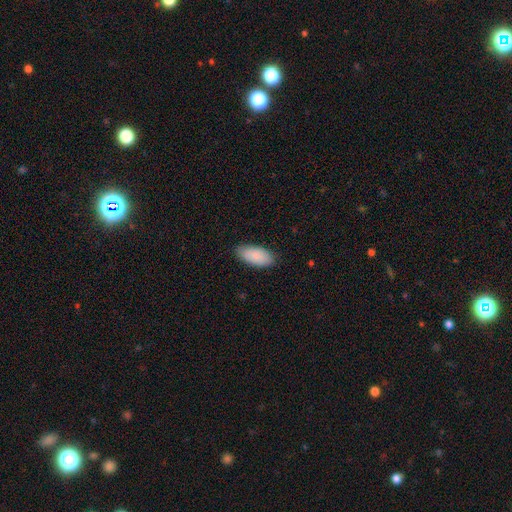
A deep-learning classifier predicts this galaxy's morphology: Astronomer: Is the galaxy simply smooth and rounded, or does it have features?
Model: smooth — 89%.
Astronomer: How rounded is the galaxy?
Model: in between — 94%.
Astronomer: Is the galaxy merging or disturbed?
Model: none — 84%.